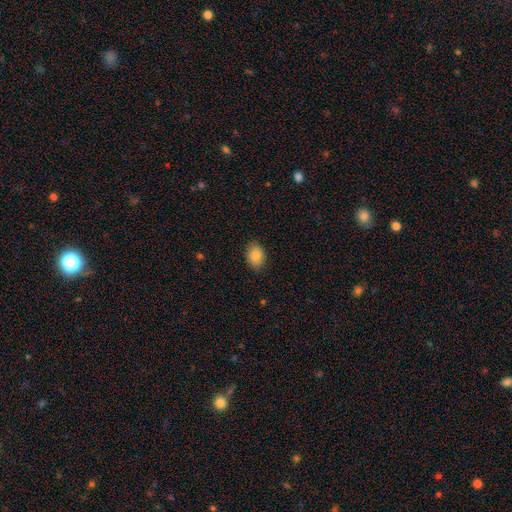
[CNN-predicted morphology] smooth_or_featured: smooth (p=0.86) [alt: star or artifact p=0.08]
how_rounded: in between (p=0.77) [alt: round p=0.22]
merging: none (p=0.86) [alt: minor disturbance p=0.11]